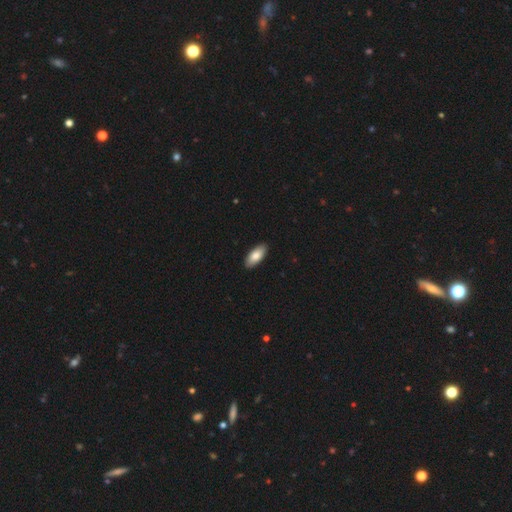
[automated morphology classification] A smooth galaxy with no disk features (83%) that is in between round and cigar-shaped (88%). Merging: none (90%).